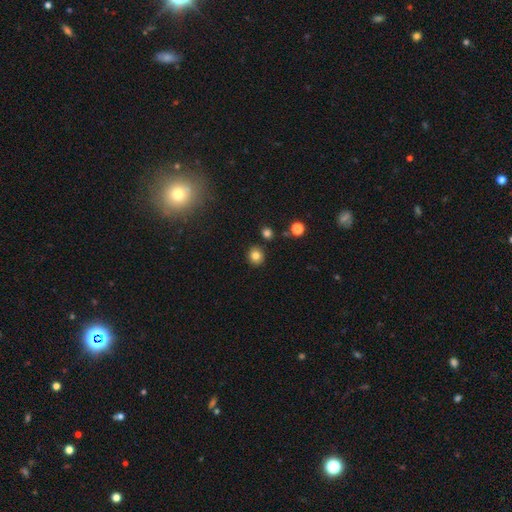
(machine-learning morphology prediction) A smooth galaxy with no disk features (81%) that is round (85%). Merging: none (87%).